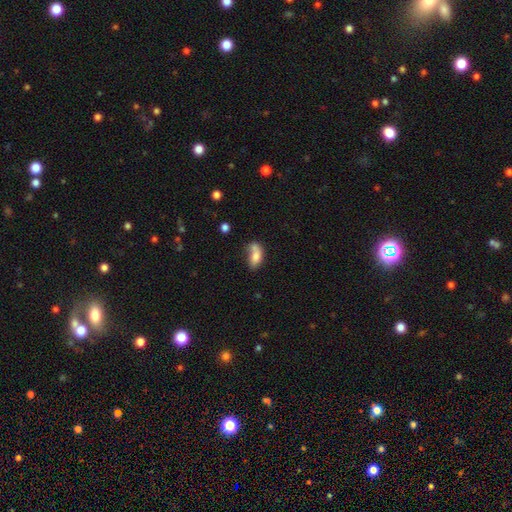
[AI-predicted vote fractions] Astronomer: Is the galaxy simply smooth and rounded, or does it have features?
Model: smooth — 73%.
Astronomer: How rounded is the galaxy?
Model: in between — 85%.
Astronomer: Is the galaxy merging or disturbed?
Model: merger — 41% (runner-up: none, 30%).